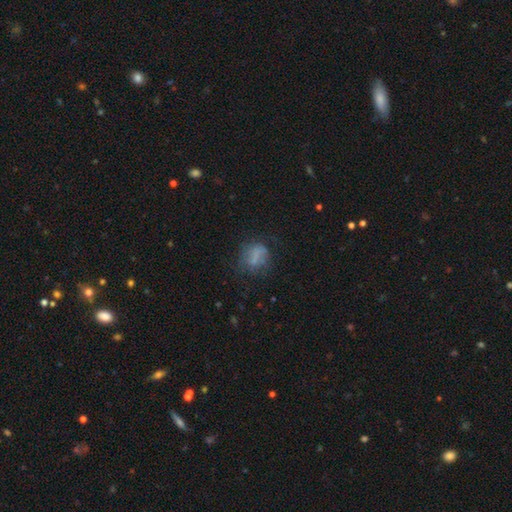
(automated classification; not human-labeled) smooth 63%, featured or disk 25%, star or artifact 13%. Down the decision tree: how rounded — round (50%); merging — none (55%).